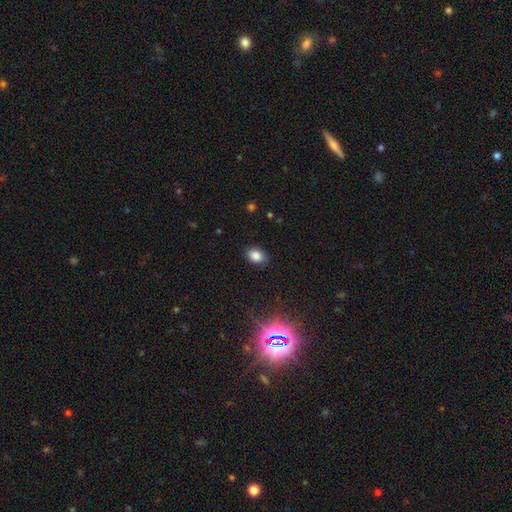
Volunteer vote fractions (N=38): smooth_or_featured: smooth (p=0.92) [alt: featured or disk p=0.05]
how_rounded: in between (p=0.69) [alt: round p=0.31]
merging: none (p=0.86) [alt: minor disturbance p=0.11]